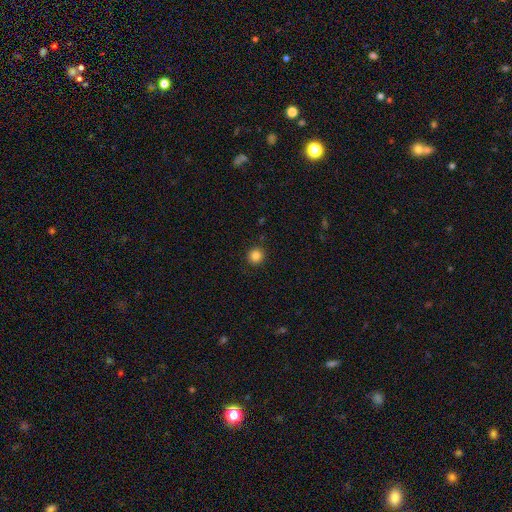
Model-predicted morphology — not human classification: Smooth or featured? Predicted: smooth (p=0.84). How rounded? Predicted: round (p=0.94). Merging? Predicted: none (p=0.92).